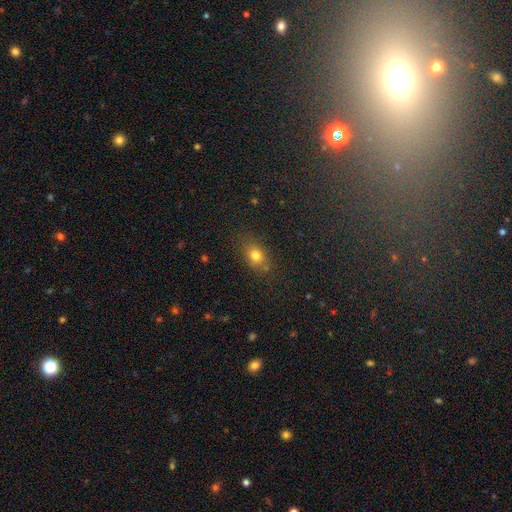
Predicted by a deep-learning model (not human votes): smooth-or-featured: smooth: 76% | star or artifact: 15% | featured or disk: 10%
  how-rounded: in between: 57% | round: 40% | cigar-shaped: 3%
  merging: none: 77% | minor disturbance: 15% | major disturbance: 5% | merger: 3%